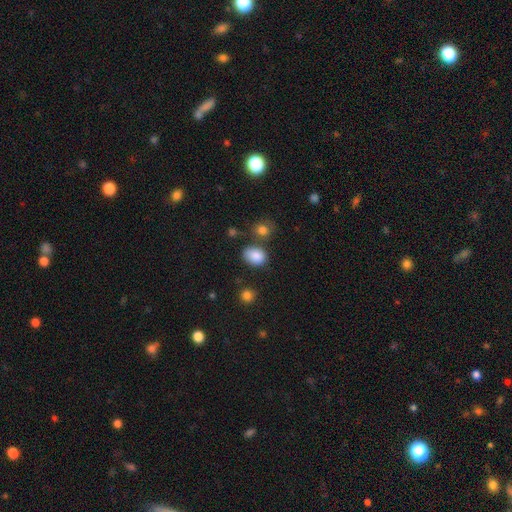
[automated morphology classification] A smooth galaxy with no disk features (85%) that is in between round and cigar-shaped (68%). Merging: none (65%).